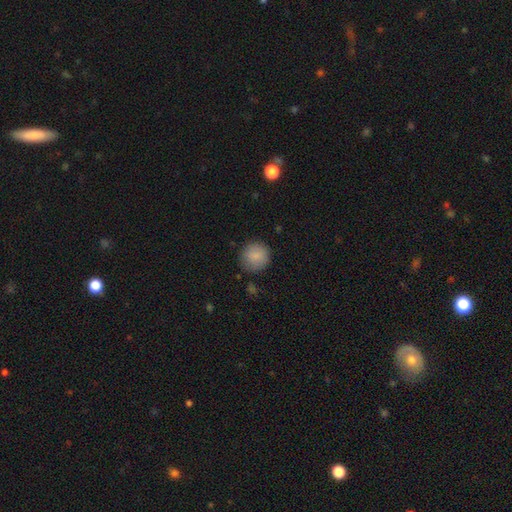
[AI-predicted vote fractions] This is clearly a smooth galaxy (87%). How rounded: clearly round (93%). Merging: clearly none (84%).